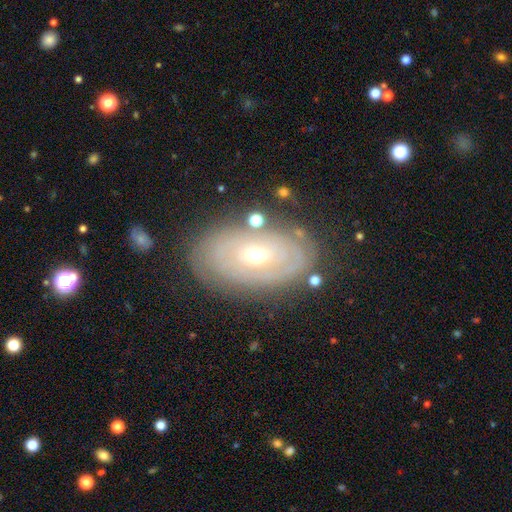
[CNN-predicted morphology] Smooth or featured? featured or disk (73%)
Edge-on disk? no (93%)
Bar? no (69%)
Spiral arms? yes (69%)
Bulge size? moderate (57%)
Merging? none (81%)